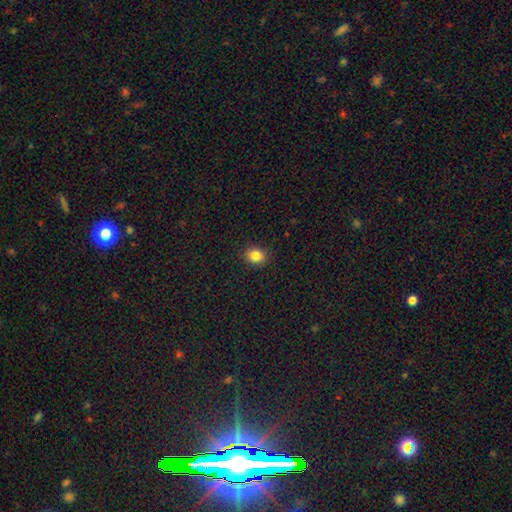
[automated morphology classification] smooth 84%, star or artifact 11%, featured or disk 5%. Down the decision tree: how rounded — round (58%); merging — none (90%).